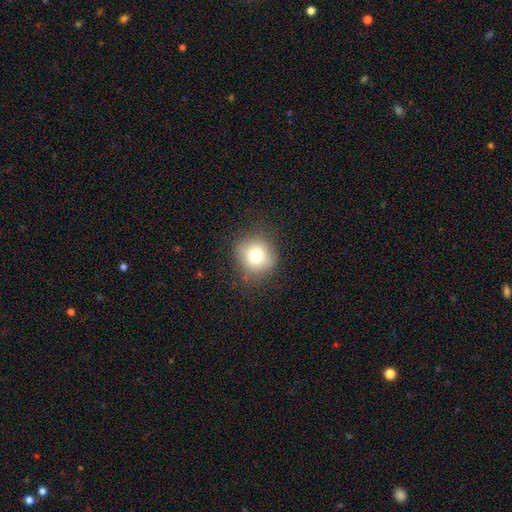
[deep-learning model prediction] Q: Smooth or featured?
A: smooth (75%); runner-up: featured or disk (13%)
Q: How rounded?
A: round (88%); runner-up: in between (11%)
Q: Merging?
A: none (83%); runner-up: minor disturbance (12%)